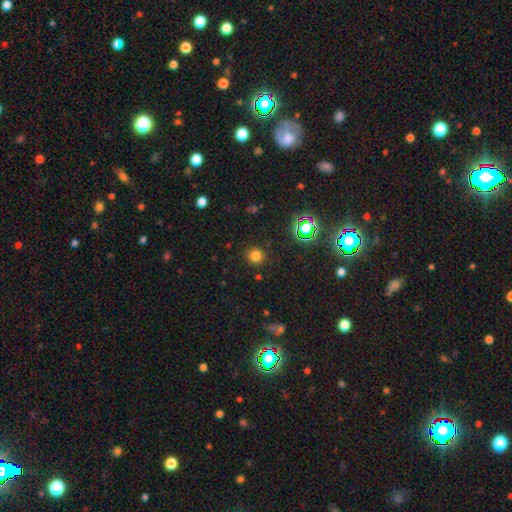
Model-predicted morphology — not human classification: smooth-or-featured: smooth: 76% | star or artifact: 19% | featured or disk: 5%
  how-rounded: round: 91% | in between: 8% | cigar-shaped: 1%
  merging: none: 89% | minor disturbance: 7% | major disturbance: 3% | merger: 2%